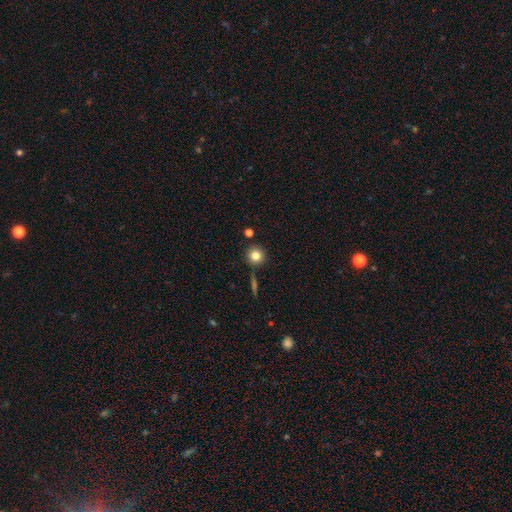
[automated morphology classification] Smooth or featured? Predicted: smooth (p=0.81). How rounded? Predicted: round (p=0.93). Merging? Predicted: none (p=0.85).